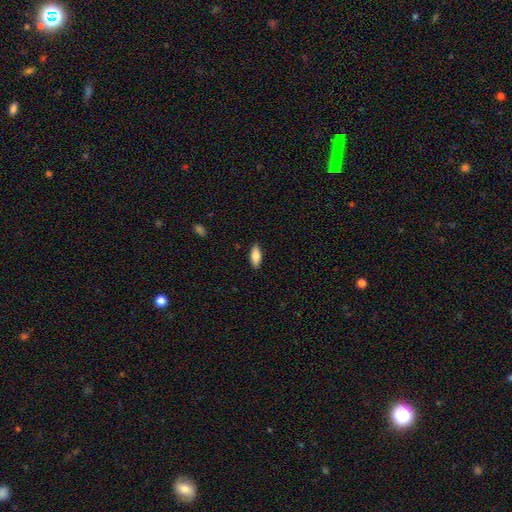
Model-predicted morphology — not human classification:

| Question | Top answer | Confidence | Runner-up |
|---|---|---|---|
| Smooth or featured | smooth | 82% | featured or disk (12%) |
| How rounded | in between | 82% | cigar-shaped (16%) |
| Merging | none | 88% | minor disturbance (9%) |